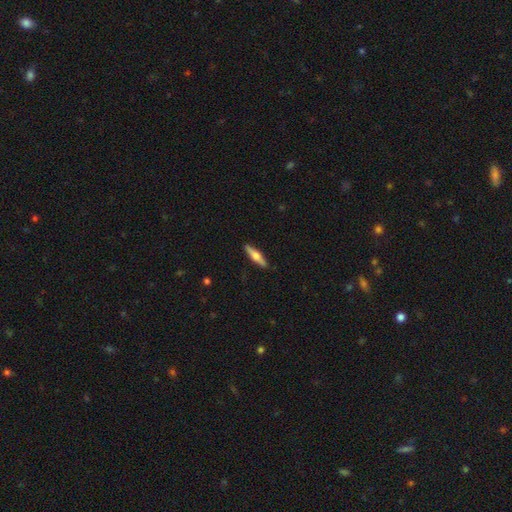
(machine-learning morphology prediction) Smooth or featured? featured or disk (54%)
Edge-on disk? yes (95%)
Edge-on bulge? rounded (91%)
Merging? none (90%)